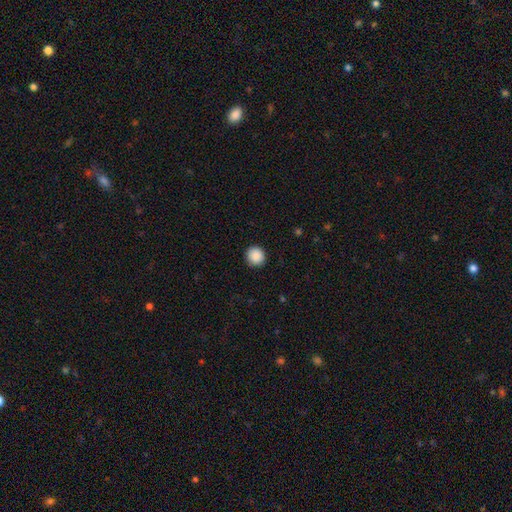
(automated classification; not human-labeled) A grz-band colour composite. It shows a smooth galaxy with no disk features (89%) that is round (93%). Merging: none (92%).